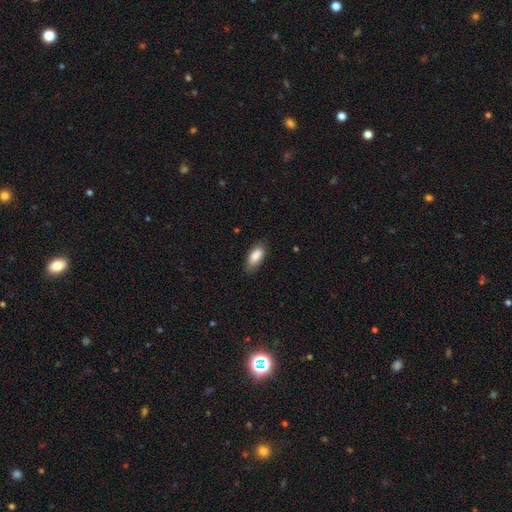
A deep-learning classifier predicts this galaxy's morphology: Overall: smooth (85%). How rounded: in between (83%). Merging: none (79%).